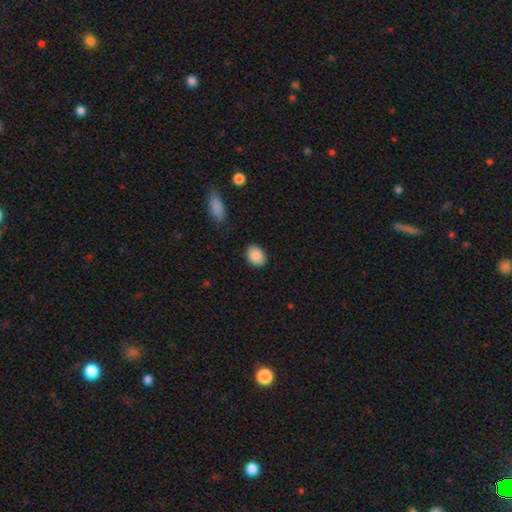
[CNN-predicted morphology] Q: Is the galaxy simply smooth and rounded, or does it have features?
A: smooth — 89%.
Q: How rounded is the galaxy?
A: in between — 69%.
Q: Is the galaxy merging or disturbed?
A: none — 85%.